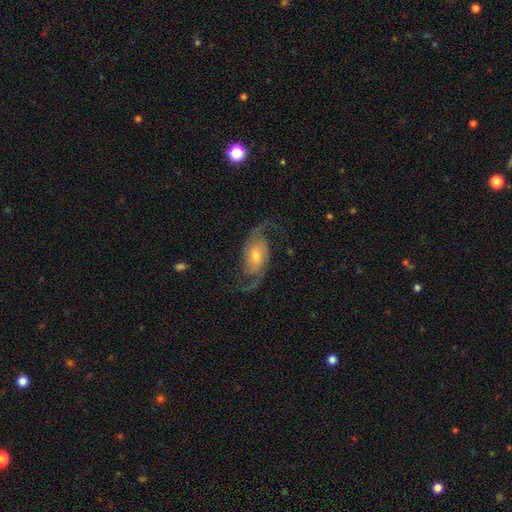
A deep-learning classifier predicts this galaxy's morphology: featured or disk 88%, smooth 7%, star or artifact 5%. Down the decision tree: edge-on disk — no (97%); bar — no (53%); spiral arms — yes (97%); spiral arm count — 2 (94%); spiral winding — loose (58%); bulge size — moderate (46%, tied with small); merging — none (76%).